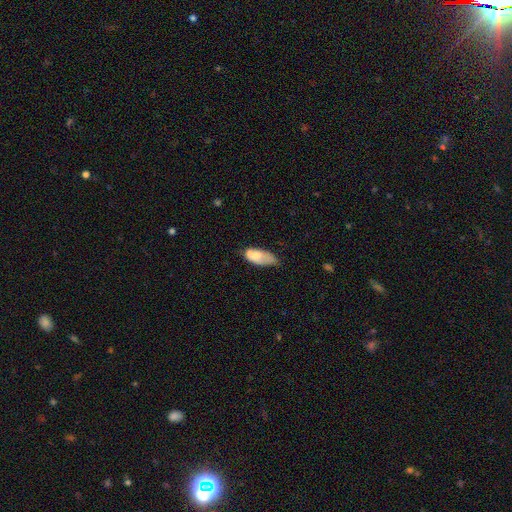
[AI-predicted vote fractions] Q: Smooth or featured?
A: smooth (73%); runner-up: featured or disk (20%)
Q: How rounded?
A: in between (87%); runner-up: cigar-shaped (10%)
Q: Merging?
A: minor disturbance (44%); runner-up: none (37%)